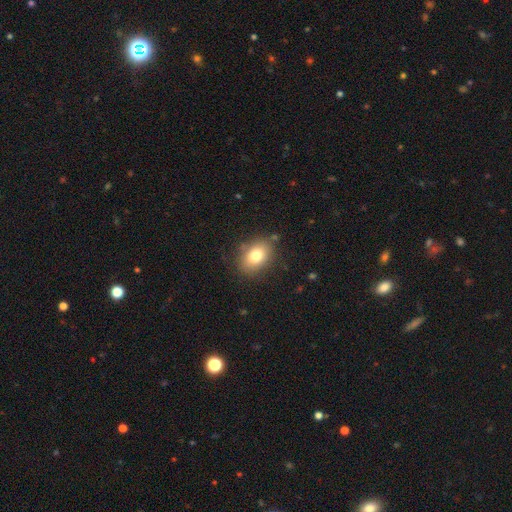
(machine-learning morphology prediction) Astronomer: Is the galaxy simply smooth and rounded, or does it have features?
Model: smooth — 79%.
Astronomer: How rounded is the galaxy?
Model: in between — 75%.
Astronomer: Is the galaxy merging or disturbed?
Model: none — 82%.